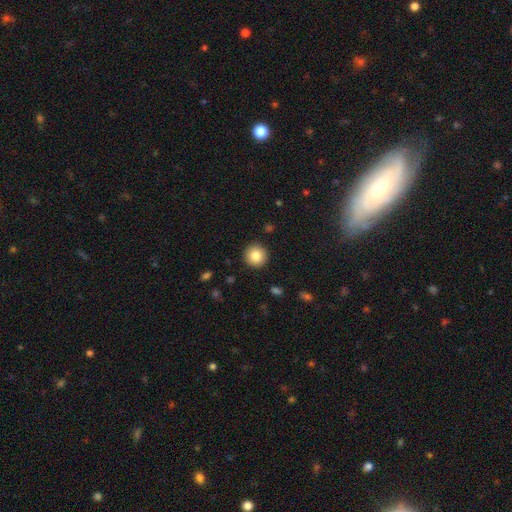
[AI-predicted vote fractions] A smooth galaxy with no disk features (84%) that is round (95%).

Vote fractions:
- Smooth or featured? smooth: 84% / star or artifact: 9% / featured or disk: 7%
- How rounded? round: 95% / in between: 4% / cigar-shaped: 1%
- Merging? none: 92% / minor disturbance: 6% / major disturbance: 2% / merger: 1%